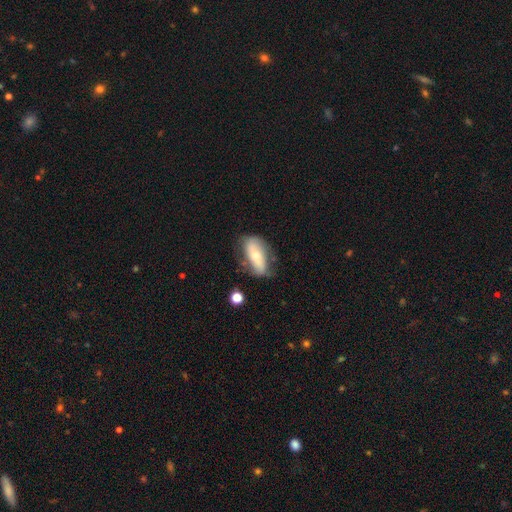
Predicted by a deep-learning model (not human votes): Smooth or featured? Predicted: smooth (p=0.51). How rounded? Predicted: in between (p=0.82). Merging? Predicted: none (p=0.60).